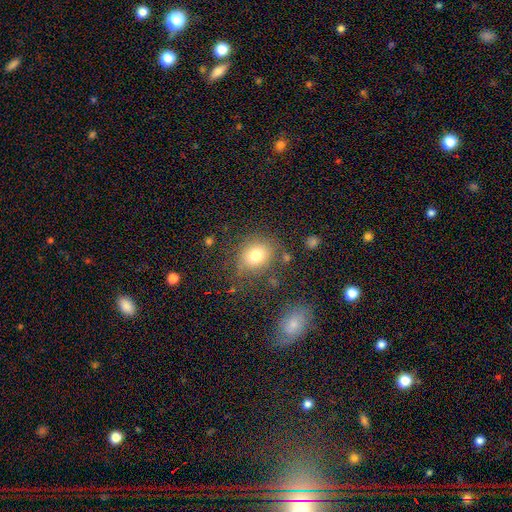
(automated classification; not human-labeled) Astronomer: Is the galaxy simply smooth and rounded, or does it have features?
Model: smooth — 77%.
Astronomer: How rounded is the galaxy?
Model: round — 61% (runner-up: in between, 38%).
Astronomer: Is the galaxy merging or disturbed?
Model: none — 75%.